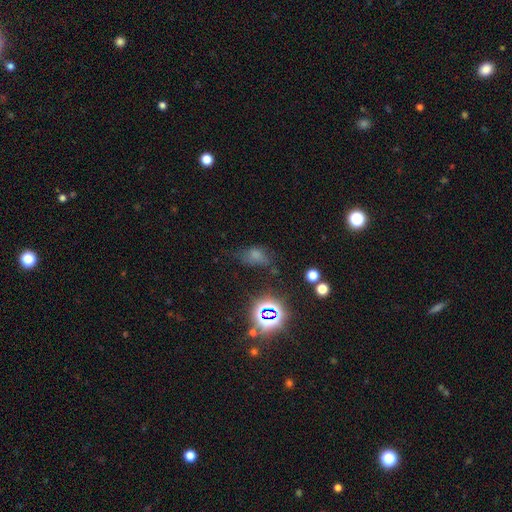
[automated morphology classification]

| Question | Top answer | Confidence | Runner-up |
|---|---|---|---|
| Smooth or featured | smooth | 58% | star or artifact (29%) |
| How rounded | in between | 79% | round (17%) |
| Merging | none | 44% | minor disturbance (30%) |